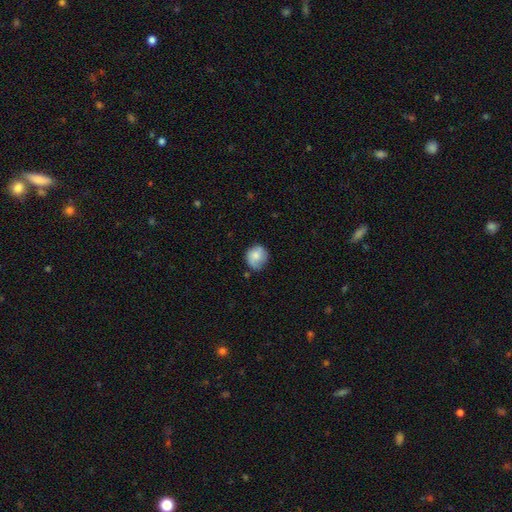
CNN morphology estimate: Smooth or featured? smooth (73%)
How rounded? round (78%)
Merging? none (64%)